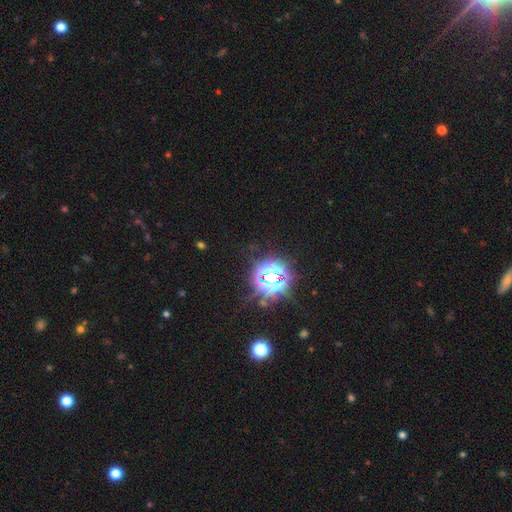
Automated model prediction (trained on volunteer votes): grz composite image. It shows a star or artifact, not a galaxy (83%).